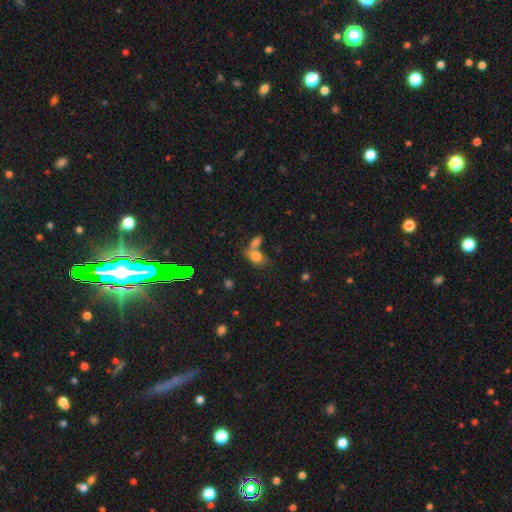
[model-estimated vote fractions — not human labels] Smooth or featured?
  - smooth: 76% *
  - star or artifact: 13%
  - featured or disk: 11%
How rounded?
  - in between: 80% *
  - round: 17%
  - cigar-shaped: 3%
Merging?
  - merger: 46% *
  - none: 38%
  - minor disturbance: 11%
  - major disturbance: 5%